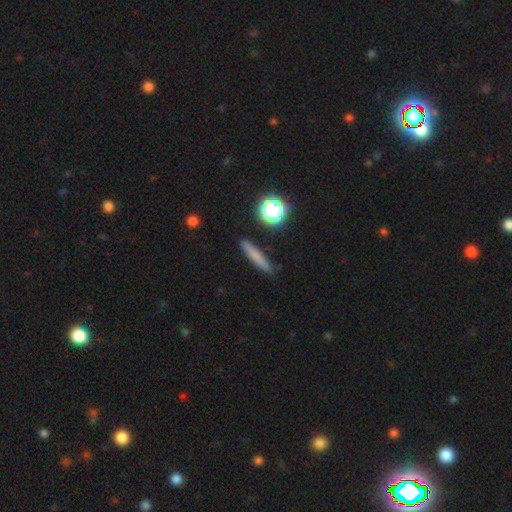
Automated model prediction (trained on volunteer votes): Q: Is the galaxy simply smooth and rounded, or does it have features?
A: smooth — 71%.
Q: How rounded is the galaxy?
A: cigar-shaped — 87%.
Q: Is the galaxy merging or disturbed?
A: none — 88%.